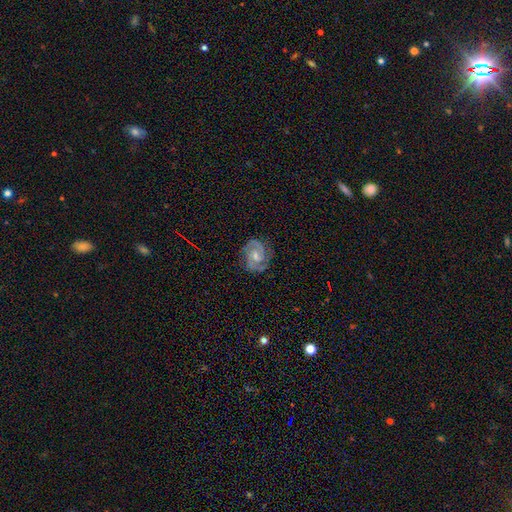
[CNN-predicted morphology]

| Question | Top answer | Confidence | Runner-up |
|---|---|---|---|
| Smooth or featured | featured or disk | 86% | smooth (8%) |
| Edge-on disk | no | 98% | yes (2%) |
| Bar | weak | 52% | no (36%) |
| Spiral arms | yes | 97% | no (3%) |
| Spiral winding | tight | 49% | medium (44%) |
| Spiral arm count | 2 | 84% | 3 (6%) |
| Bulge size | moderate | 44% | small (42%) |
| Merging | none | 78% | minor disturbance (16%) |